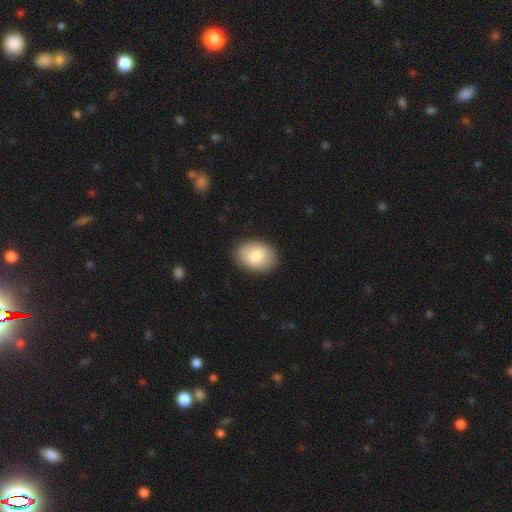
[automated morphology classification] type=smooth (78%); roundness=in between (73%); merging=none (87%).